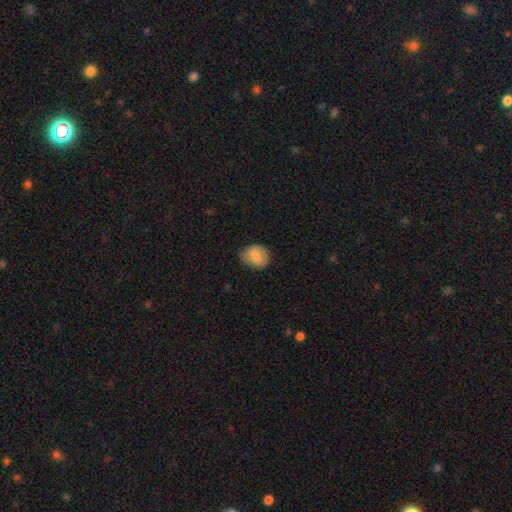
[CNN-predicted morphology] This appears to be a smooth galaxy with no disk features (83%) that is round (60%). Merging: none (69%).